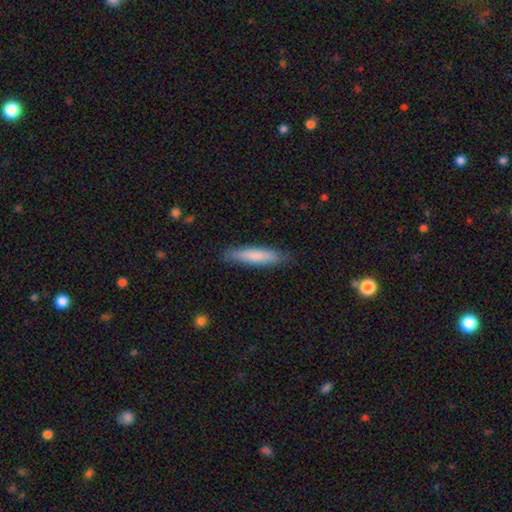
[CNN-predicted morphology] smooth_or_featured: smooth (p=0.80) [alt: featured or disk p=0.15]
how_rounded: cigar-shaped (p=0.86) [alt: in between p=0.13]
merging: none (p=0.86) [alt: minor disturbance p=0.11]